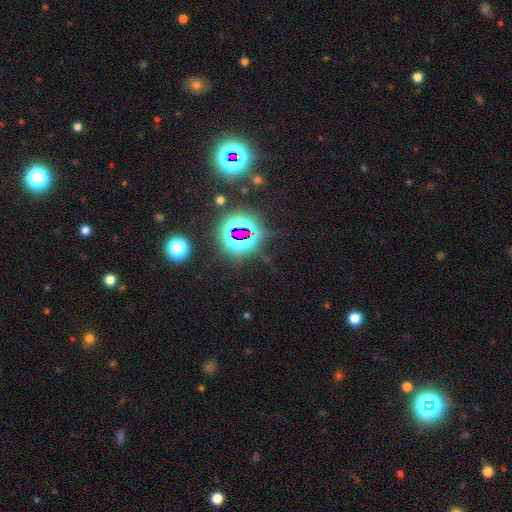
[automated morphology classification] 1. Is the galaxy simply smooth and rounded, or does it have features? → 81% star or artifact, 11% smooth, 7% featured or disk.